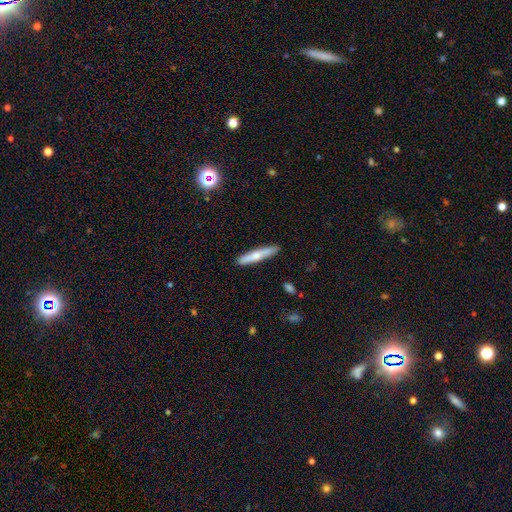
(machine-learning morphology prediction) Smooth or featured? smooth (59%)
How rounded? cigar-shaped (92%)
Merging? none (89%)